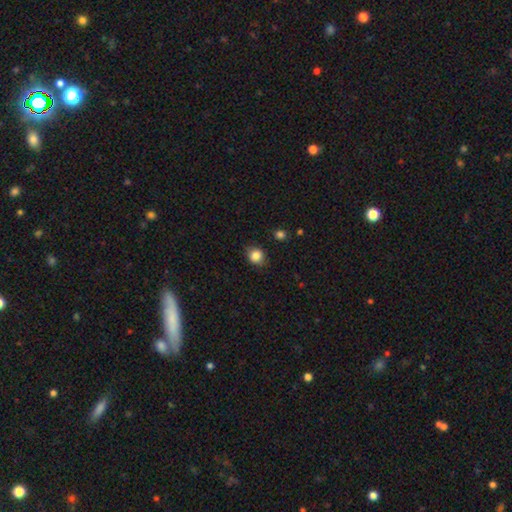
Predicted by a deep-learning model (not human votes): smooth_or_featured: smooth (p=0.85) [alt: star or artifact p=0.10]
how_rounded: round (p=0.72) [alt: in between p=0.27]
merging: none (p=0.84) [alt: minor disturbance p=0.12]